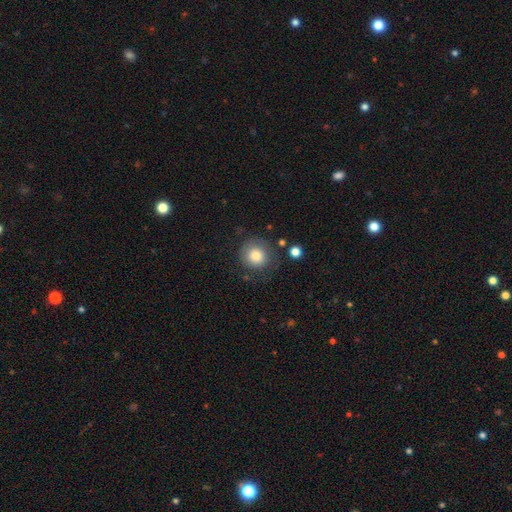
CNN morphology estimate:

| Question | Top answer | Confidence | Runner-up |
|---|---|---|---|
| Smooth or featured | smooth | 79% | featured or disk (12%) |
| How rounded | round | 91% | in between (8%) |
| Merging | none | 72% | minor disturbance (17%) |